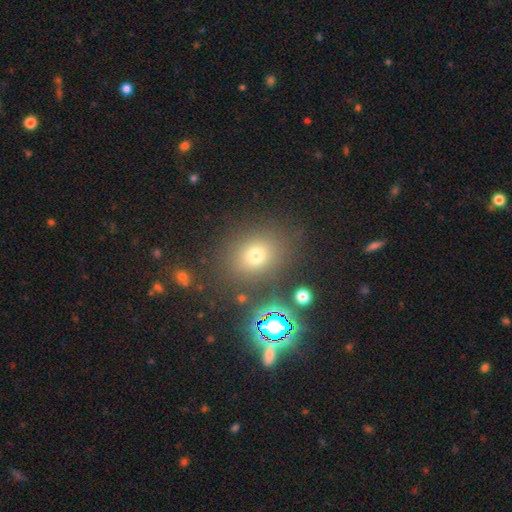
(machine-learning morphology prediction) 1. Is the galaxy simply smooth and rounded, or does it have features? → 67% smooth, 22% star or artifact, 11% featured or disk.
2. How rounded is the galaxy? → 62% round, 37% in between, 1% cigar-shaped.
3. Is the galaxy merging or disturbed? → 81% none, 10% minor disturbance, 5% major disturbance, 4% merger.